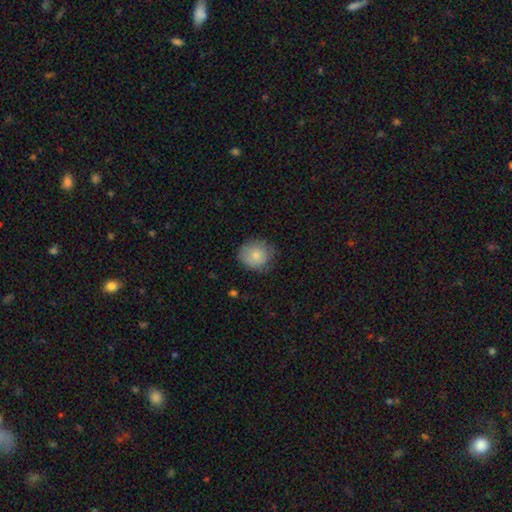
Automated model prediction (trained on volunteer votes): Q: Smooth or featured?
A: smooth (80%); runner-up: featured or disk (12%)
Q: How rounded?
A: round (82%); runner-up: in between (17%)
Q: Merging?
A: none (72%); runner-up: minor disturbance (21%)